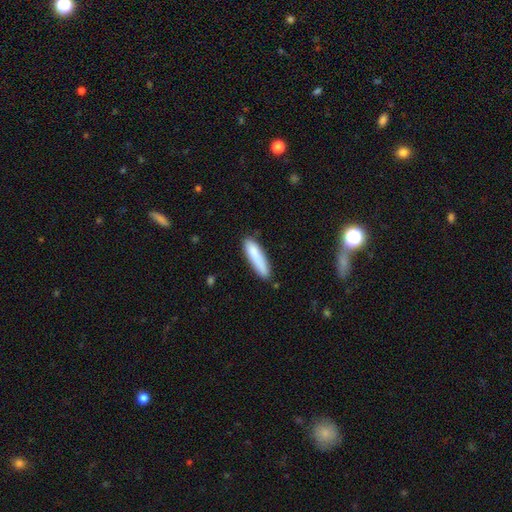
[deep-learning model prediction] Smooth or featured? smooth (84%)
How rounded? cigar-shaped (75%)
Merging? none (79%)